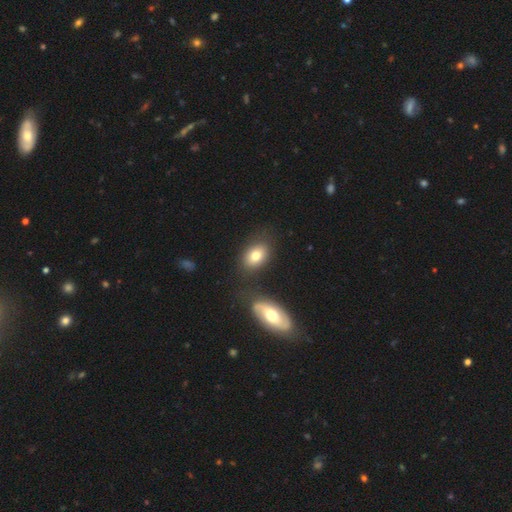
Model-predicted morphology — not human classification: A smooth galaxy with no disk features (77%) that is in between round and cigar-shaped (80%).

Vote fractions:
- Smooth or featured? smooth: 77% / featured or disk: 15% / star or artifact: 8%
- How rounded? in between: 80% / round: 19% / cigar-shaped: 2%
- Merging? none: 73% / minor disturbance: 12% / merger: 10% / major disturbance: 4%